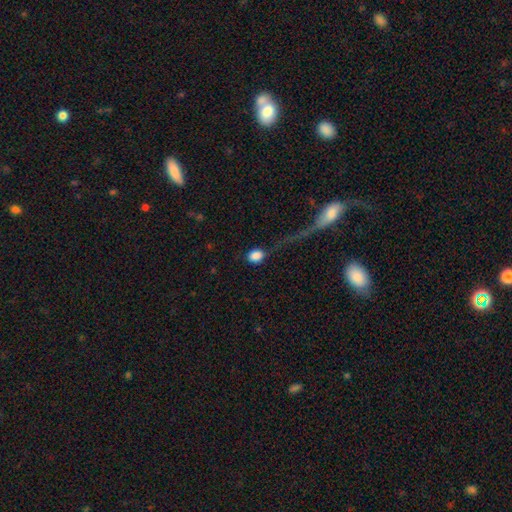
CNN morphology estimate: This appears to be a smooth galaxy with no disk features (86%) that is in between round and cigar-shaped (53%). Merging: none (59%).